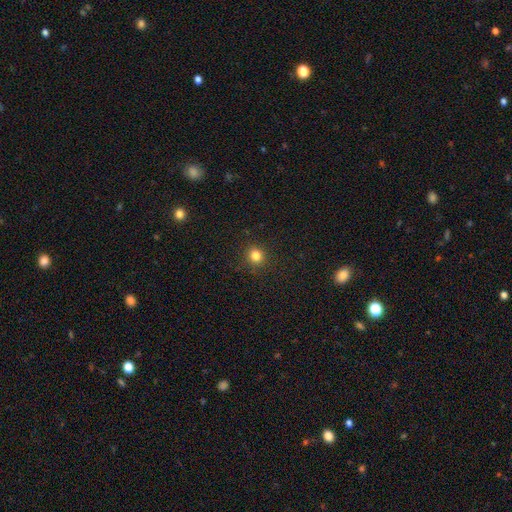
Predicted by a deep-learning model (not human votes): Smooth or featured: smooth — 82% (star or artifact — 13%)
How rounded: round — 89% (in between — 10%)
Merging: none — 90% (minor disturbance — 7%)